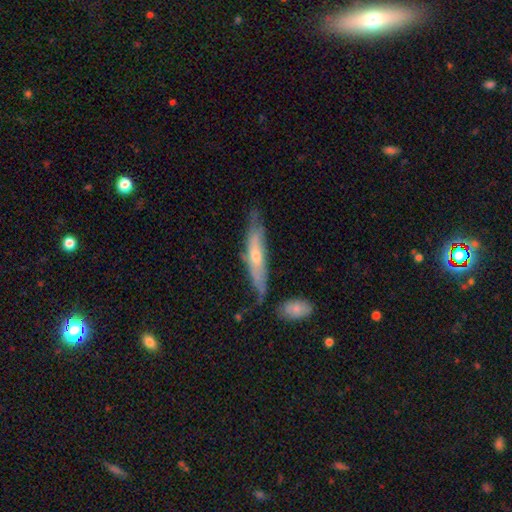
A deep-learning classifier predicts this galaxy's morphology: Smooth or featured?
  - featured or disk: 61% *
  - smooth: 33%
  - star or artifact: 7%
Edge-on disk?
  - yes: 74% *
  - no: 26%
Merging?
  - none: 69% *
  - minor disturbance: 20%
  - merger: 5%
  - major disturbance: 5%